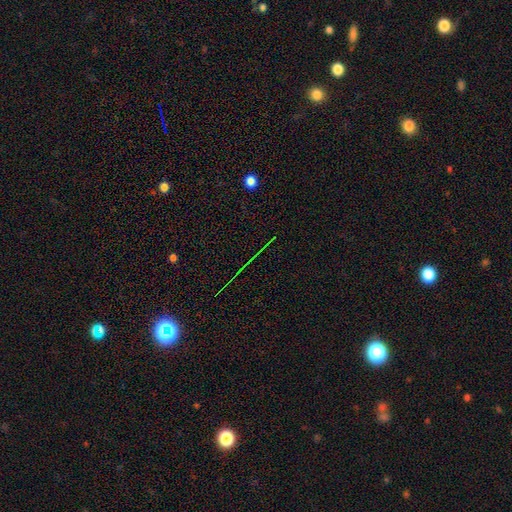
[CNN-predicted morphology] star or artifact 75%, smooth 14%, featured or disk 11%.